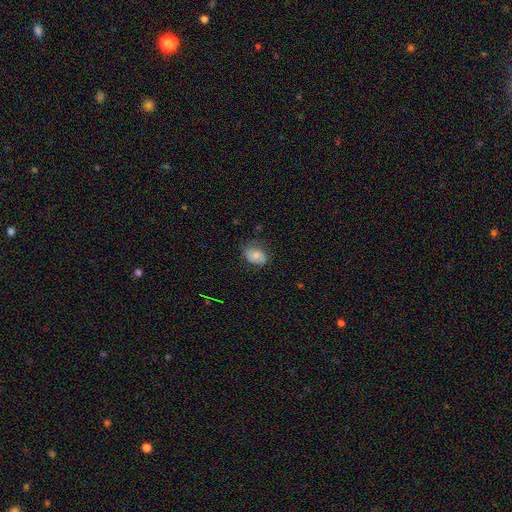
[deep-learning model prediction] This appears to be a smooth galaxy with no disk features (63%) that is in between round and cigar-shaped (73%). Merging: none (62%).